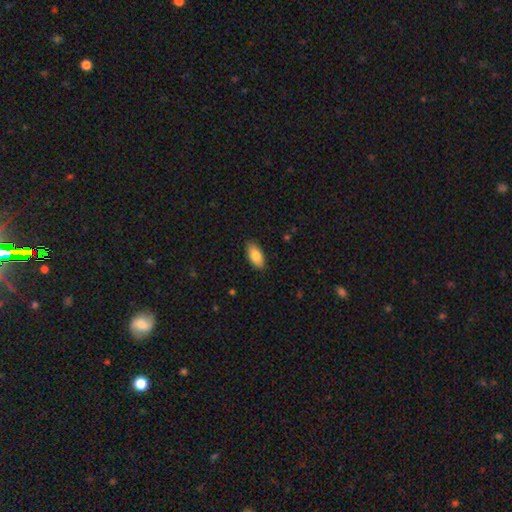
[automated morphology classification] A smooth galaxy with no disk features (84%) that is in between round and cigar-shaped (91%). Merging: none (87%).